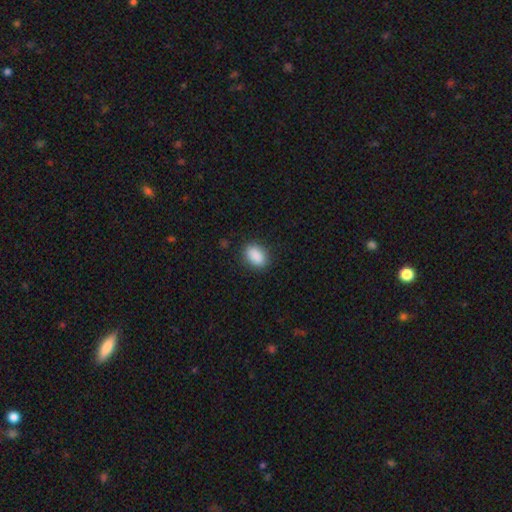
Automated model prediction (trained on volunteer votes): A smooth galaxy with no disk features (90%) that is in between round and cigar-shaped (86%). Merging: none (87%).